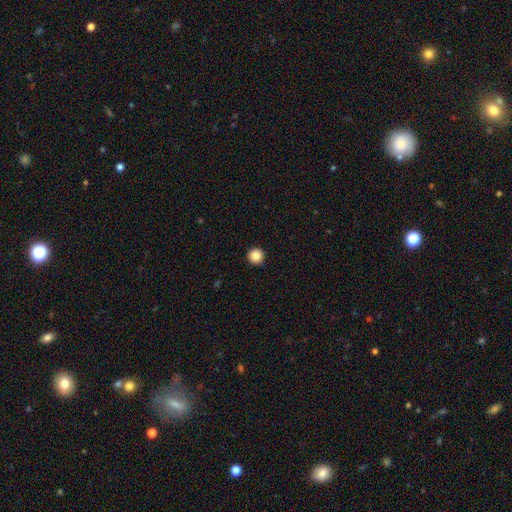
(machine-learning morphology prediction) This appears to be a smooth galaxy with no disk features (86%) that is round (97%). Merging: none (94%).